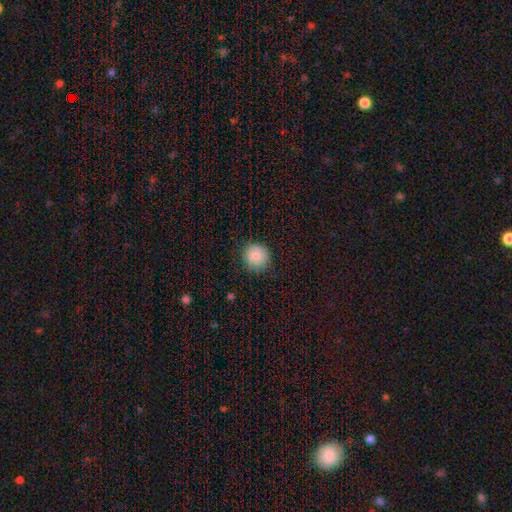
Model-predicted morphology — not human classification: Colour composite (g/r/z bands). It shows a smooth galaxy with no disk features (86%) that is round (93%). Merging: none (84%).